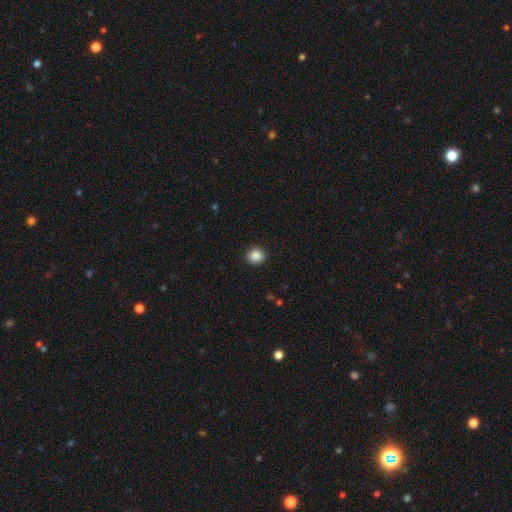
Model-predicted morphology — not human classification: A smooth galaxy with no disk features (88%) that is round (88%).

Vote fractions:
- Smooth or featured? smooth: 88% / star or artifact: 9% / featured or disk: 3%
- How rounded? round: 88% / in between: 11% / cigar-shaped: 1%
- Merging? none: 91% / minor disturbance: 6% / major disturbance: 2% / merger: 1%